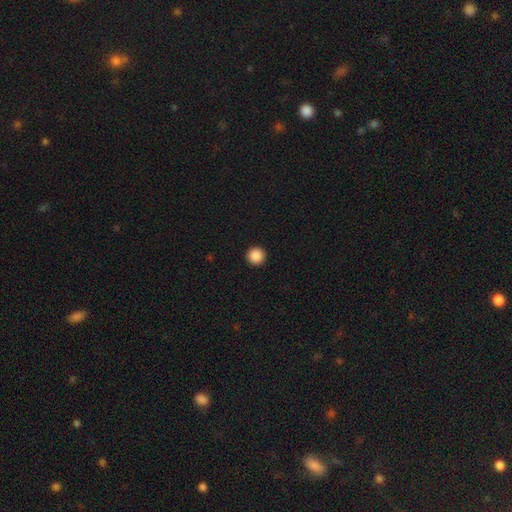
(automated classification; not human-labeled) Smooth or featured: smooth — 89% (star or artifact — 9%)
How rounded: round — 96% (in between — 3%)
Merging: none — 94% (minor disturbance — 4%)